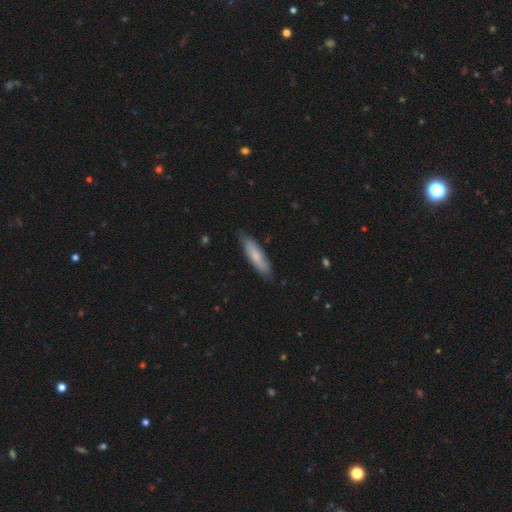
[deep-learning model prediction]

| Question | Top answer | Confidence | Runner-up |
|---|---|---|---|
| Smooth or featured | smooth | 68% | featured or disk (27%) |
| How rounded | cigar-shaped | 66% | in between (33%) |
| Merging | none | 80% | minor disturbance (16%) |